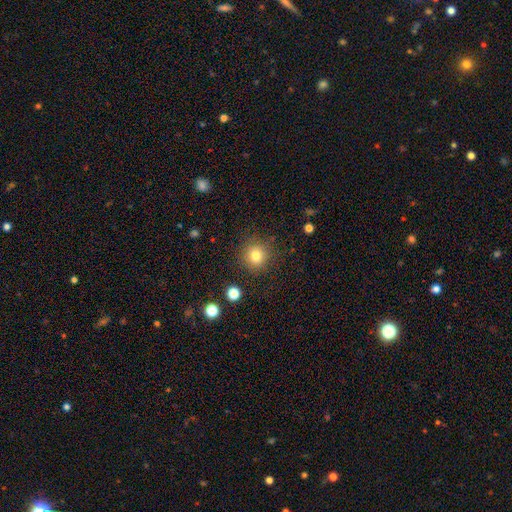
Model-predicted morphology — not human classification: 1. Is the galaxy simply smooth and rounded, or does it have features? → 80% smooth, 13% star or artifact, 7% featured or disk.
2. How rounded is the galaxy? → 93% round, 6% in between, 1% cigar-shaped.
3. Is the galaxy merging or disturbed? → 88% none, 8% minor disturbance, 3% major disturbance, 2% merger.